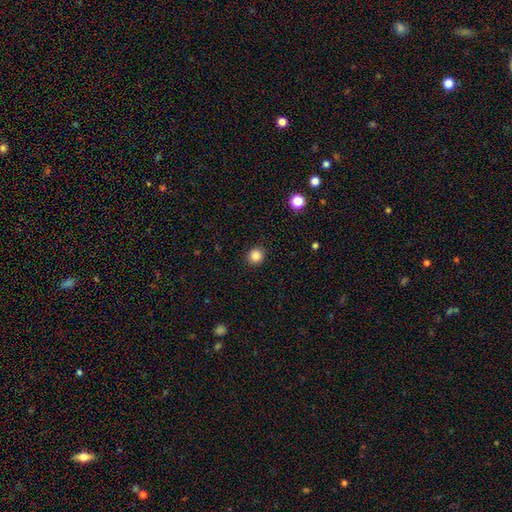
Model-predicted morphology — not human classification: Smooth or featured? Predicted: smooth (p=0.85). How rounded? Predicted: round (p=0.91). Merging? Predicted: none (p=0.91).